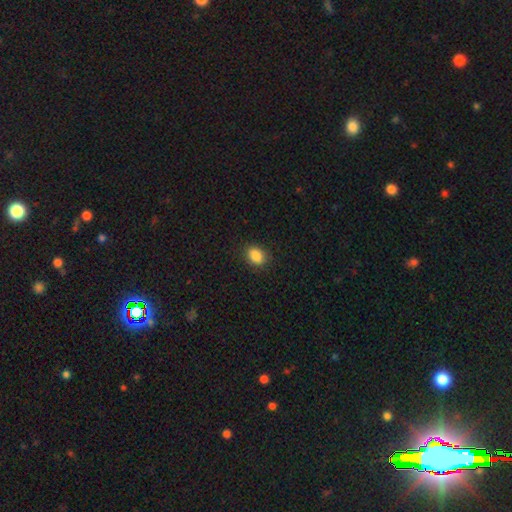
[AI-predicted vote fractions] This appears to be a smooth galaxy with no disk features (88%) that is in between round and cigar-shaped (70%). Merging: none (87%).